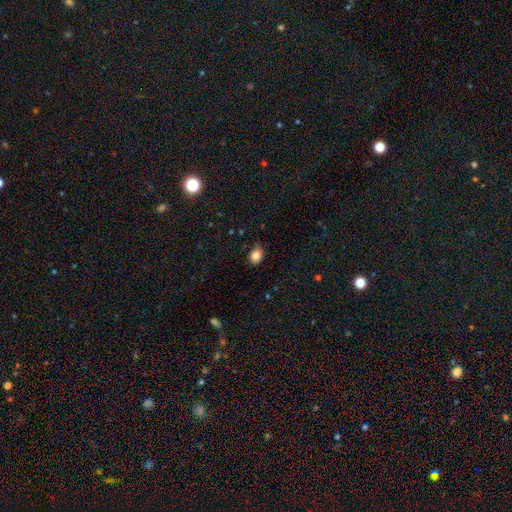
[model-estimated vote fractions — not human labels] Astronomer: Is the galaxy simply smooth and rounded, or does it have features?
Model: smooth — 84%.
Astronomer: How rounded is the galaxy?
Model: in between — 63%.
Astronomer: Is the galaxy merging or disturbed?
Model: none — 75%.